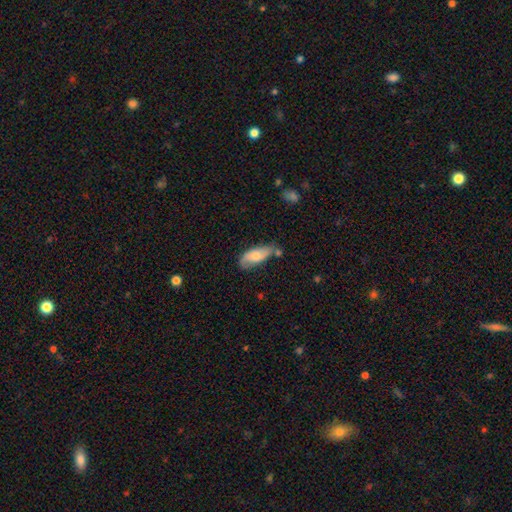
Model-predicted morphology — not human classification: This appears to be a smooth galaxy with no disk features (66%) that is in between round and cigar-shaped (81%). Merging: none (51%).